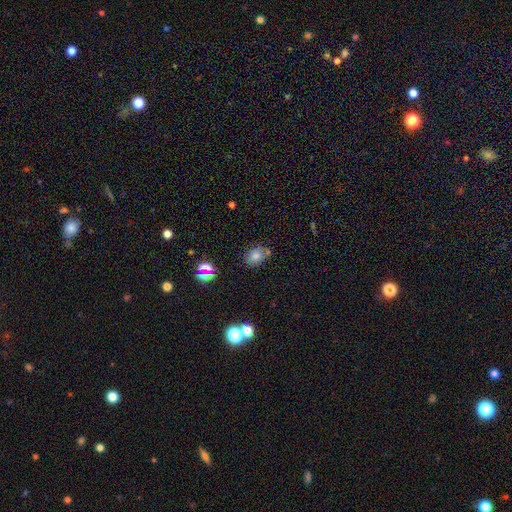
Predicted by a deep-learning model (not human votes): Overall: smooth (70%). How rounded: in between (57%; round 42%). Merging: none (72%).